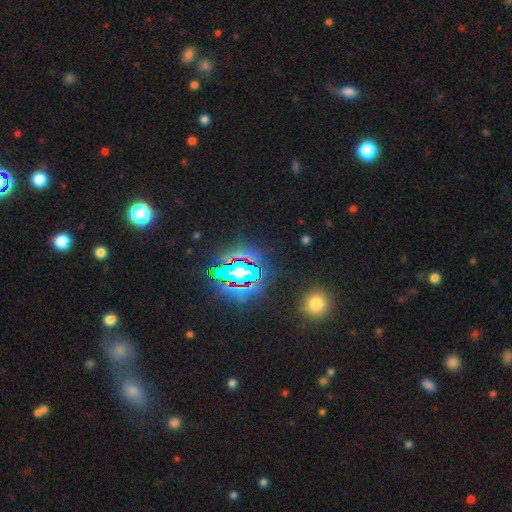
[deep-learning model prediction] Smooth or featured? star or artifact (79%)